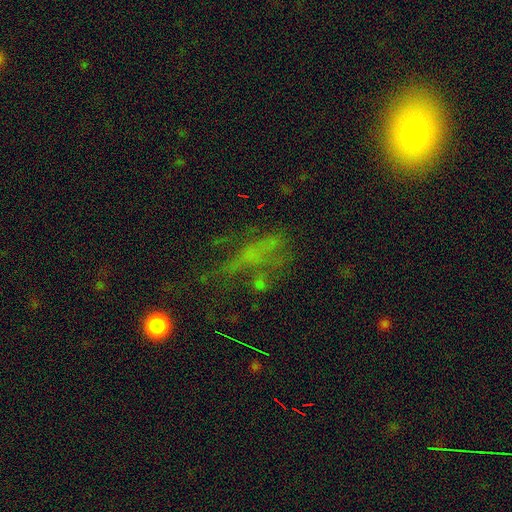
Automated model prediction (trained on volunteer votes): Overall: featured or disk (34%, tied with smooth). Merging: none (43%; major disturbance 31%).